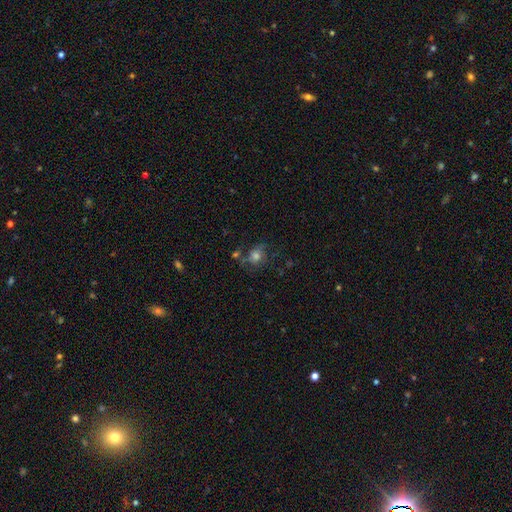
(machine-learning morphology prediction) A smooth galaxy with no disk features (50%) that is round (60%).

Vote fractions:
- Smooth or featured? smooth: 50% / featured or disk: 33% / star or artifact: 17%
- How rounded? round: 60% / in between: 39% / cigar-shaped: 1%
- Merging? none: 54% / minor disturbance: 21% / major disturbance: 15% / merger: 11%